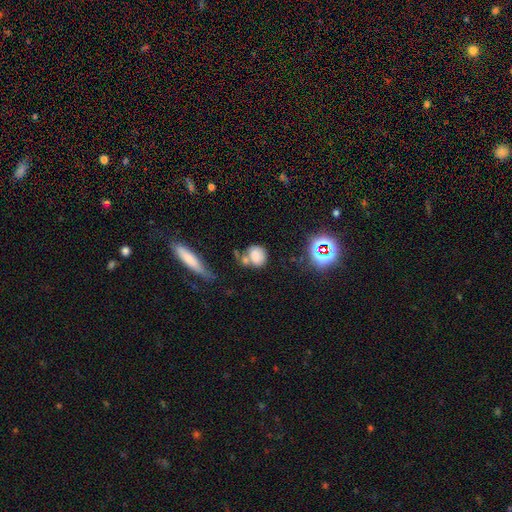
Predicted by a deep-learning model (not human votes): The model was most divided on "how rounded": round: 60%, in between: 38%, cigar-shaped: 2%. Remaining: smooth or featured — smooth (75%); merging — none (49%).